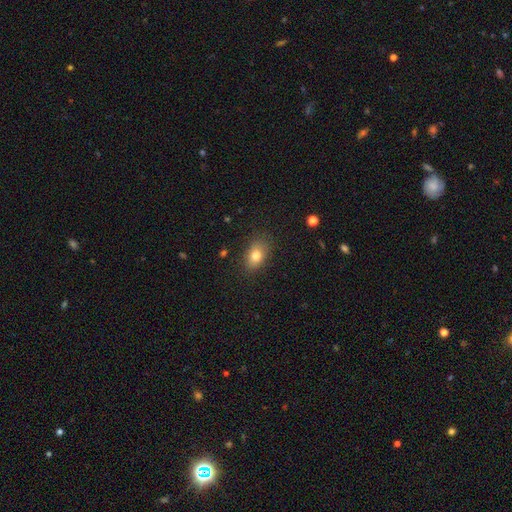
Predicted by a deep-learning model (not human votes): Smooth or featured? smooth (80%)
How rounded? in between (82%)
Merging? none (82%)